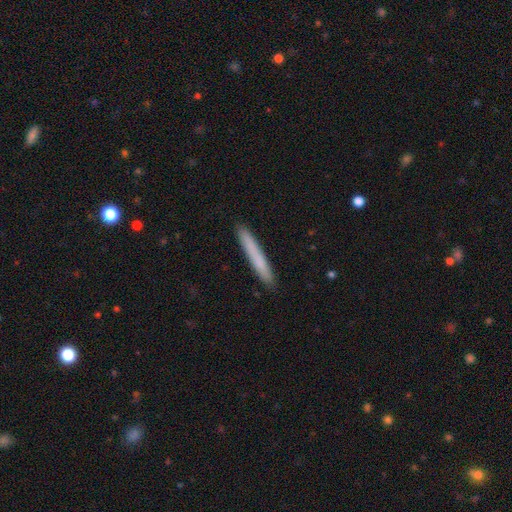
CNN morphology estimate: A smooth galaxy with no disk features (73%) that is cigar-shaped (96%).

Vote fractions:
- Smooth or featured? smooth: 73% / featured or disk: 20% / star or artifact: 6%
- How rounded? cigar-shaped: 96% / in between: 3% / round: 1%
- Merging? none: 91% / minor disturbance: 7% / major disturbance: 1% / merger: 1%